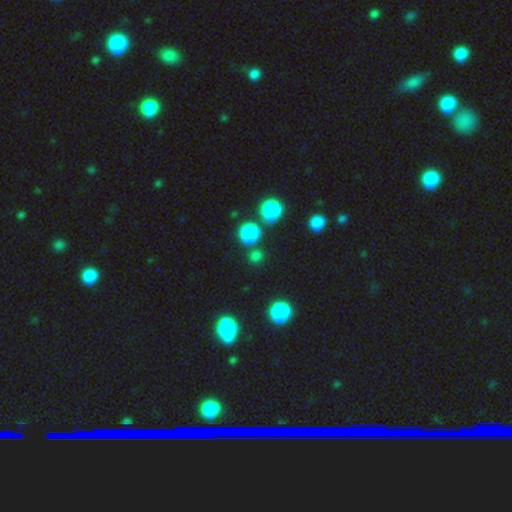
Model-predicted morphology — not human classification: smooth_or_featured: smooth (p=0.75) [alt: star or artifact p=0.20]
how_rounded: round (p=0.87) [alt: in between p=0.12]
merging: none (p=0.75) [alt: merger p=0.12]